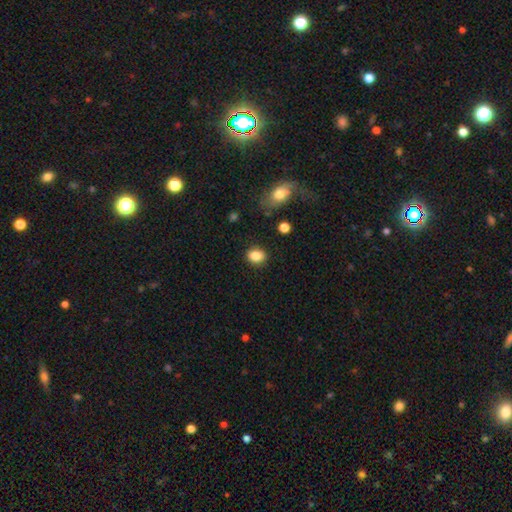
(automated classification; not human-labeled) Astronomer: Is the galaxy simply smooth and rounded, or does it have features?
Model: smooth — 86%.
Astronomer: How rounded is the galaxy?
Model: in between — 50% (runner-up: round, 48%).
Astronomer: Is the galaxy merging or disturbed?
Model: none — 86%.